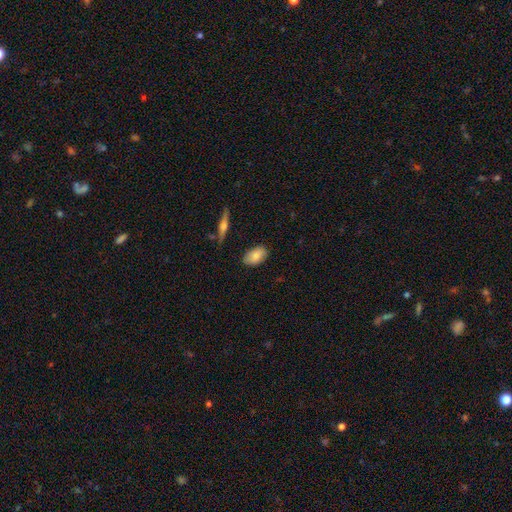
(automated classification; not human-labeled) smooth-or-featured: smooth: 81% | featured or disk: 12% | star or artifact: 6%
  how-rounded: in between: 92% | round: 5% | cigar-shaped: 3%
  merging: none: 83% | minor disturbance: 13% | major disturbance: 2% | merger: 2%